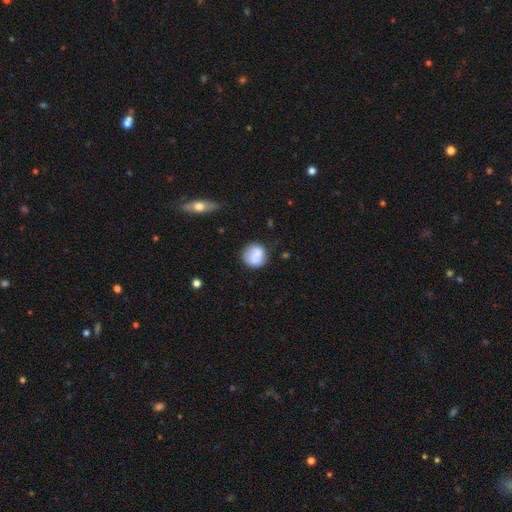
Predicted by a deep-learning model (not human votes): A smooth galaxy with no disk features (76%) that is round (84%). Merging: none (66%).